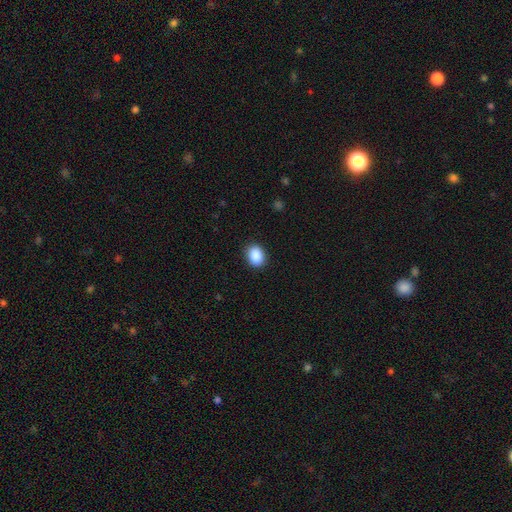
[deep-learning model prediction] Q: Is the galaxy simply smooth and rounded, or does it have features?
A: smooth — 90%.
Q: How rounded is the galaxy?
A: in between — 69%.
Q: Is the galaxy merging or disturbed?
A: none — 89%.